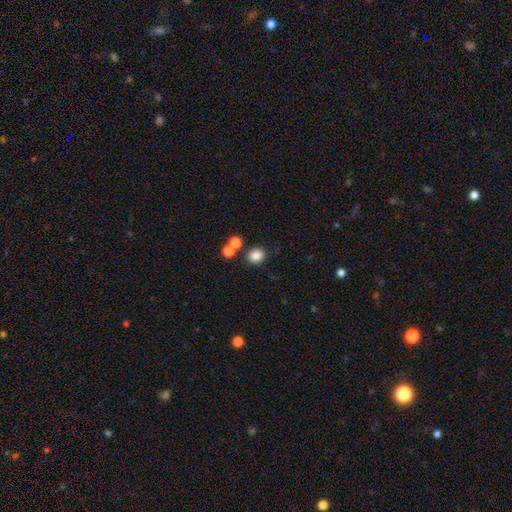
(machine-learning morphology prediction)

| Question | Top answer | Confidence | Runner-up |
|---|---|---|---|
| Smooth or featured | smooth | 83% | star or artifact (12%) |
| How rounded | round | 75% | in between (24%) |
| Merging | none | 78% | merger (11%) |